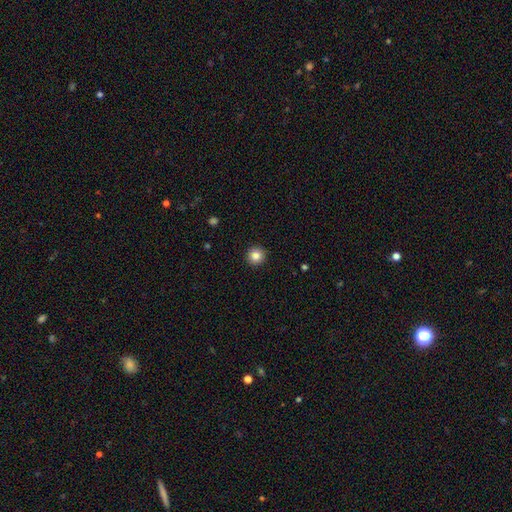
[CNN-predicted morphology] Q: Smooth or featured?
A: smooth (84%); runner-up: star or artifact (10%)
Q: How rounded?
A: round (96%); runner-up: in between (3%)
Q: Merging?
A: none (93%); runner-up: minor disturbance (4%)